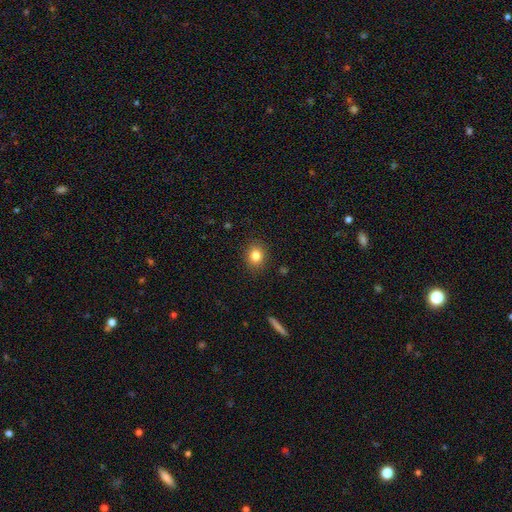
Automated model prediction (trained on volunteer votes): This is clearly a smooth galaxy (82%). How rounded: likely round (68%). Merging: clearly none (89%).